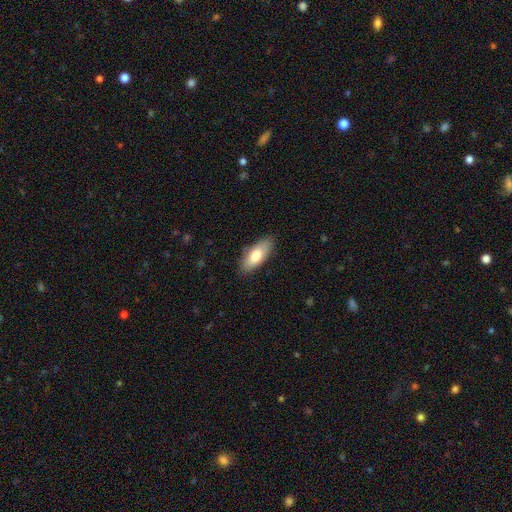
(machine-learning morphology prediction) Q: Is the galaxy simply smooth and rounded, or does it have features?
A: smooth — 75%.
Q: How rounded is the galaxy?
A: in between — 80%.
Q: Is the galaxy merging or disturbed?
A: none — 84%.